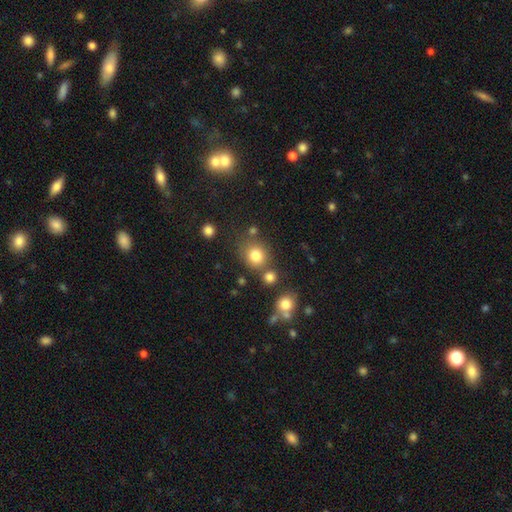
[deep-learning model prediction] Q: Smooth or featured?
A: smooth (80%); runner-up: star or artifact (14%)
Q: How rounded?
A: round (82%); runner-up: in between (17%)
Q: Merging?
A: none (68%); runner-up: merger (15%)